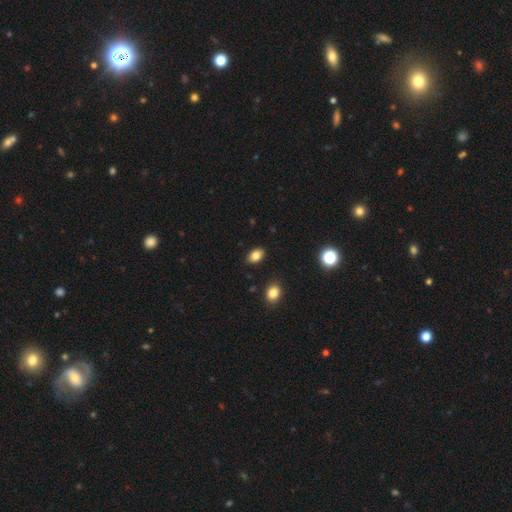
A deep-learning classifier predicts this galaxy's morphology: This is clearly a smooth galaxy (83%). How rounded: clearly in between (84%). Merging: clearly none (88%).